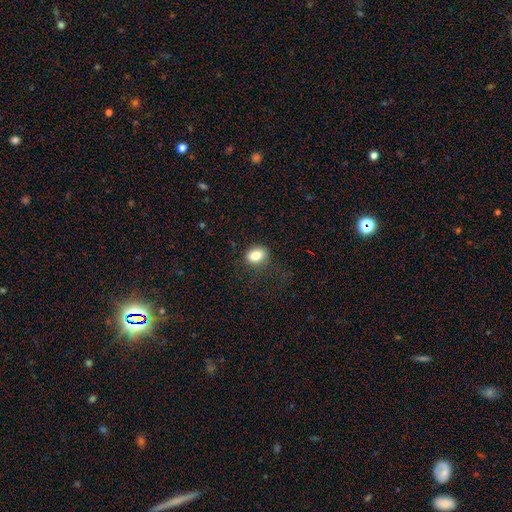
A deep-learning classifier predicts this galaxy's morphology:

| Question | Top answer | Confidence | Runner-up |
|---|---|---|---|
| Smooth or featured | smooth | 84% | star or artifact (9%) |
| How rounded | in between | 73% | round (25%) |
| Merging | none | 77% | minor disturbance (16%) |